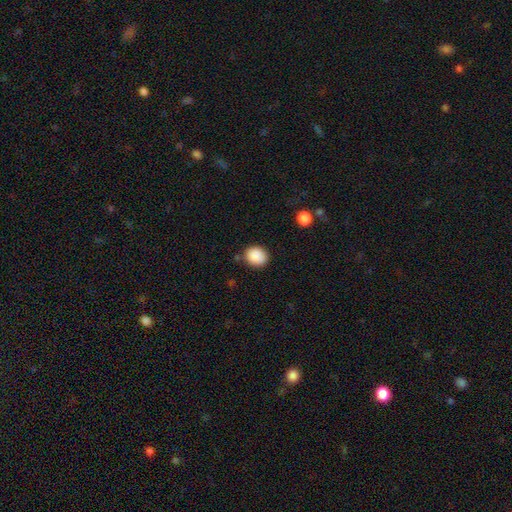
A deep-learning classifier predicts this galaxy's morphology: This is clearly a smooth galaxy (88%). How rounded: likely round (71%). Merging: clearly none (82%).